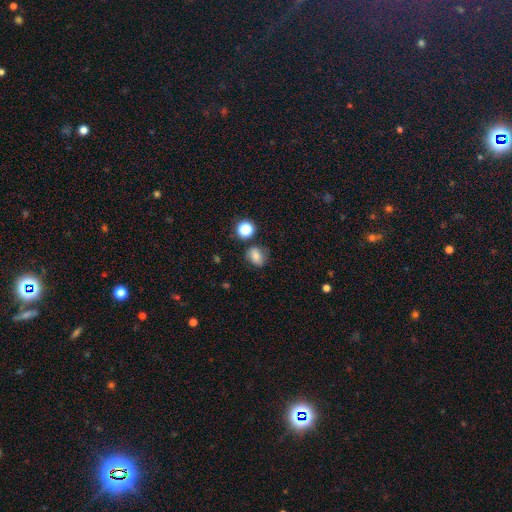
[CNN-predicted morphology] This is likely a smooth galaxy (70%). How rounded: possibly round (55%). Merging: likely none (67%).